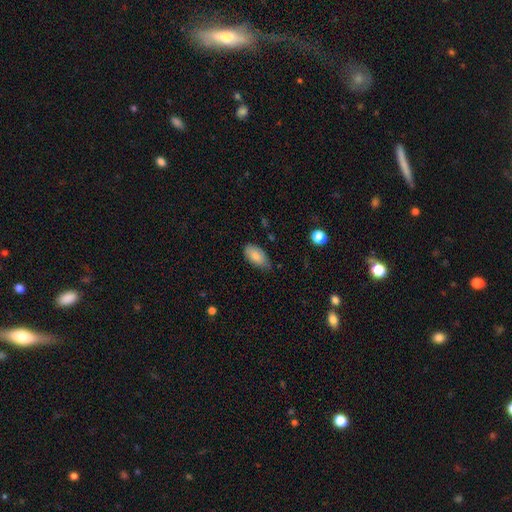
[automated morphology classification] Smooth or featured? Predicted: smooth (p=0.82). How rounded? Predicted: in between (p=0.93). Merging? Predicted: none (p=0.63).